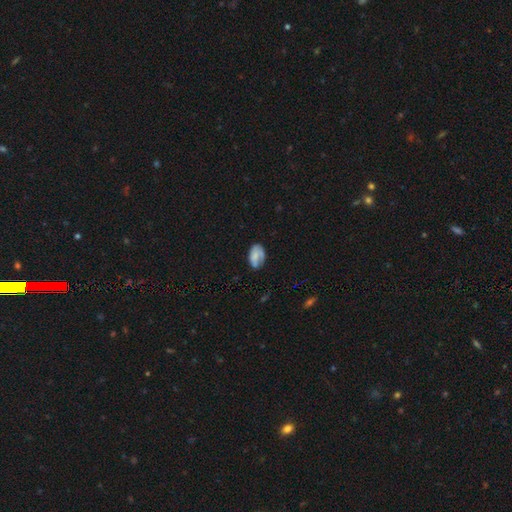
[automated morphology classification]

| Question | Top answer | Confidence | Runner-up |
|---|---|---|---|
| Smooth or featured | smooth | 68% | featured or disk (23%) |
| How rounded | in between | 90% | round (8%) |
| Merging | none | 56% | minor disturbance (30%) |